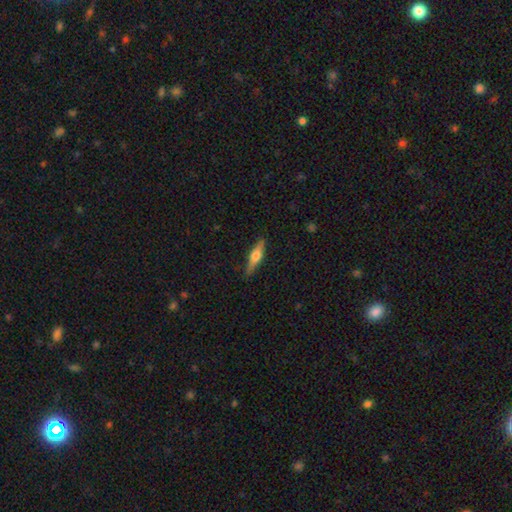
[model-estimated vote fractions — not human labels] Smooth or featured? Predicted: featured or disk (p=0.58). Edge-on disk? Predicted: yes (p=0.96). Edge-on bulge? Predicted: rounded (p=0.92). Merging? Predicted: none (p=0.87).